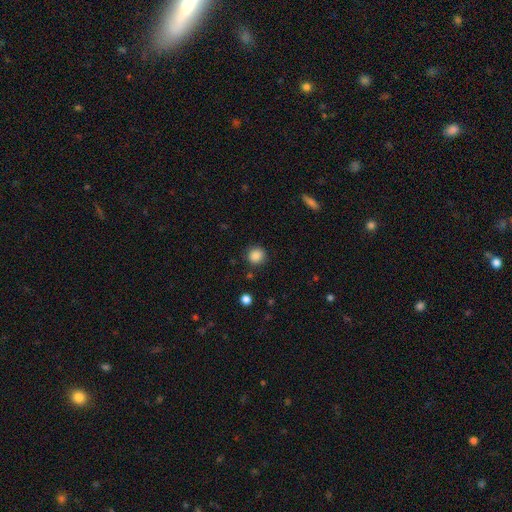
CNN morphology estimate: A smooth galaxy with no disk features (87%) that is round (89%). Merging: none (87%).